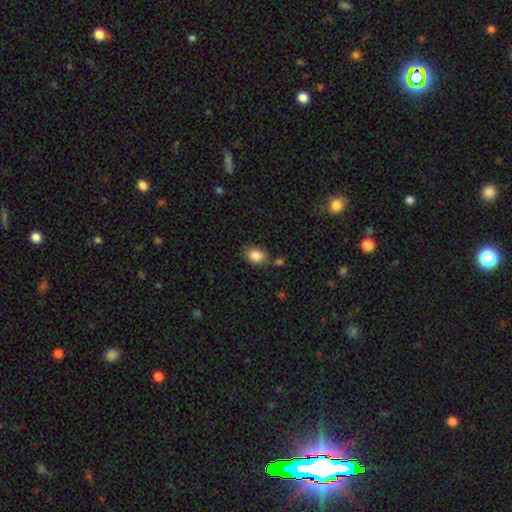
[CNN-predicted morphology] Smooth or featured: smooth — 85% (star or artifact — 9%)
How rounded: in between — 62% (round — 37%)
Merging: none — 74% (minor disturbance — 16%)